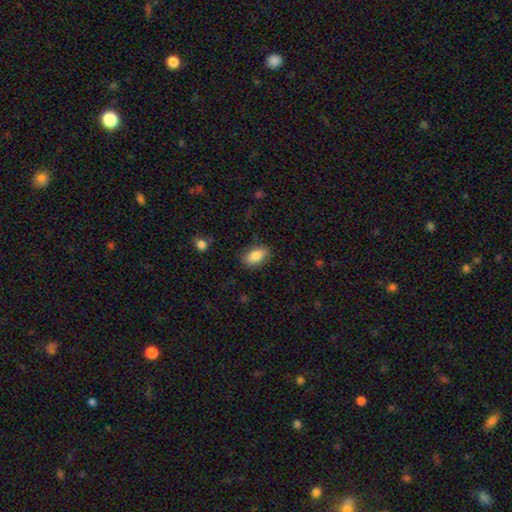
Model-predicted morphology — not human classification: Q: Smooth or featured?
A: smooth (83%); runner-up: featured or disk (9%)
Q: How rounded?
A: in between (89%); runner-up: round (6%)
Q: Merging?
A: none (83%); runner-up: minor disturbance (13%)